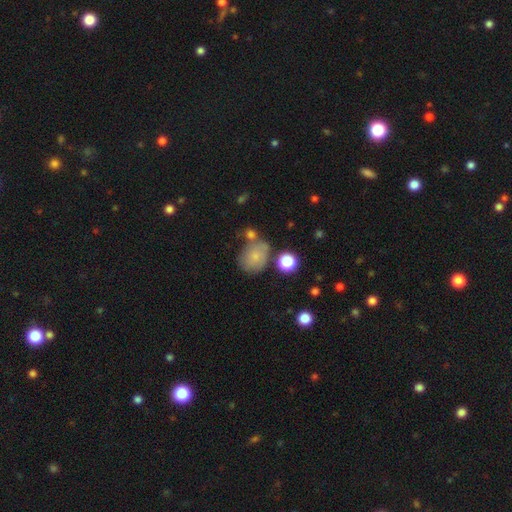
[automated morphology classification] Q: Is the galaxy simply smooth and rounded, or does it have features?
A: smooth — 74%.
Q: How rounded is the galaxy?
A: round — 50%.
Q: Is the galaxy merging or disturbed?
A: none — 51%.